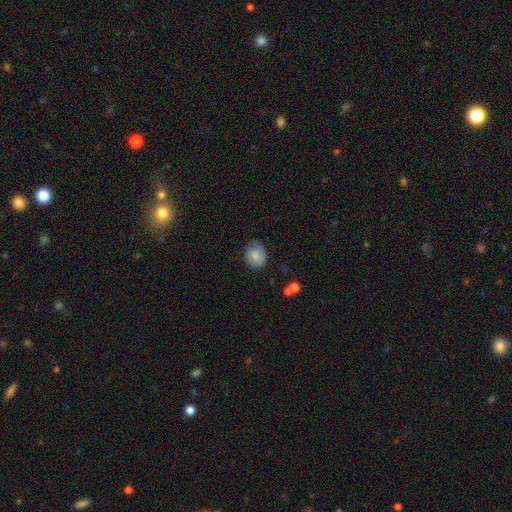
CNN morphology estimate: Smooth or featured?
  - smooth: 83% *
  - featured or disk: 9%
  - star or artifact: 8%
How rounded?
  - round: 77% *
  - in between: 22%
  - cigar-shaped: 1%
Merging?
  - none: 71% *
  - minor disturbance: 23%
  - major disturbance: 4%
  - merger: 2%